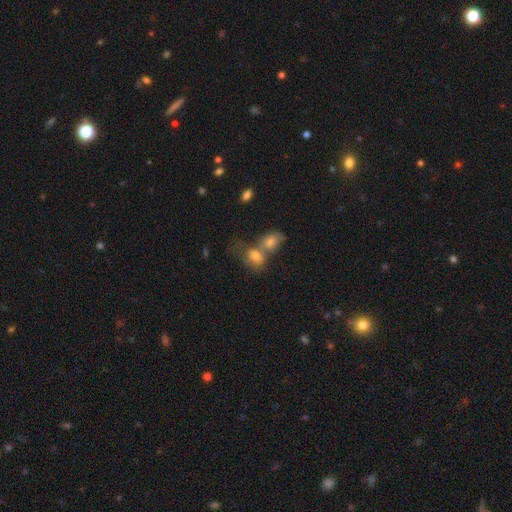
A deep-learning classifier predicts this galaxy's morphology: smooth-or-featured: smooth: 73% | featured or disk: 16% | star or artifact: 11%
  how-rounded: in between: 72% | round: 26% | cigar-shaped: 2%
  merging: merger: 64% | none: 20% | minor disturbance: 9% | major disturbance: 6%